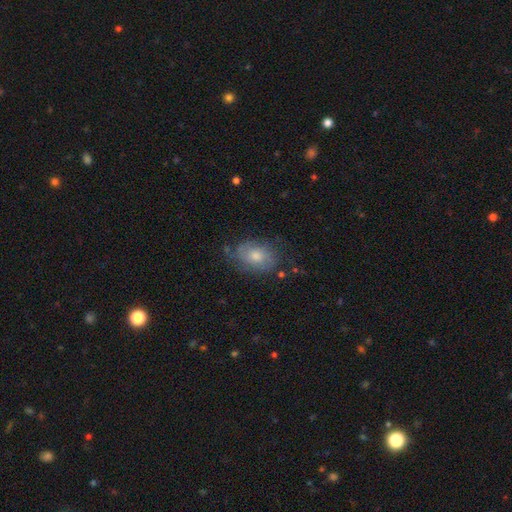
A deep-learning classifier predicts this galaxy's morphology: This is possibly a featured or disk galaxy (49%). Merging: likely none (68%).